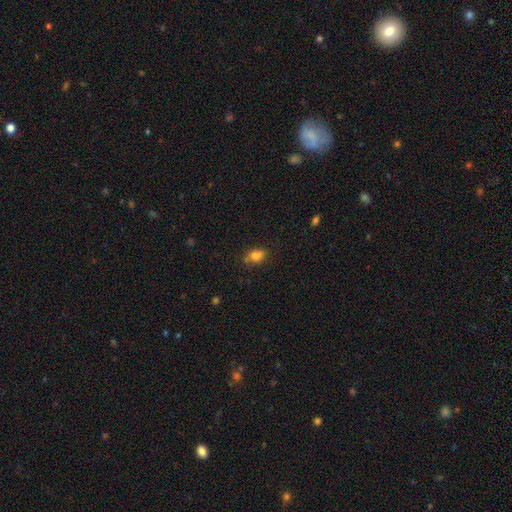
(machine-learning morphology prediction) Smooth or featured?
  - smooth: 81% *
  - star or artifact: 11%
  - featured or disk: 8%
How rounded?
  - in between: 70% *
  - round: 29%
  - cigar-shaped: 2%
Merging?
  - none: 65% *
  - minor disturbance: 22%
  - merger: 8%
  - major disturbance: 5%